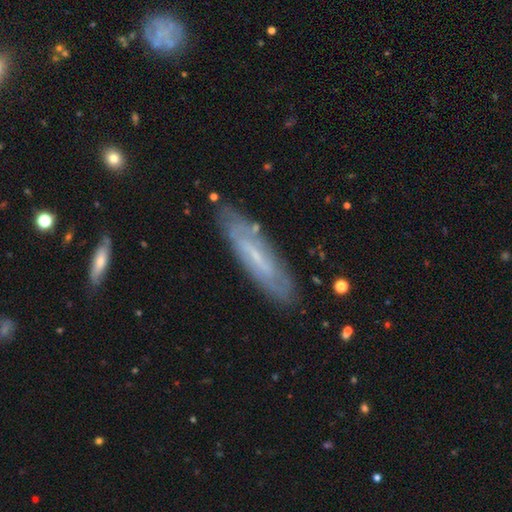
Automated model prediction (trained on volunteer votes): smooth-or-featured: featured or disk: 61% | smooth: 31% | star or artifact: 8%
  disk-edge-on: no: 60% | yes: 40%
  merging: none: 82% | minor disturbance: 13% | major disturbance: 3% | merger: 2%